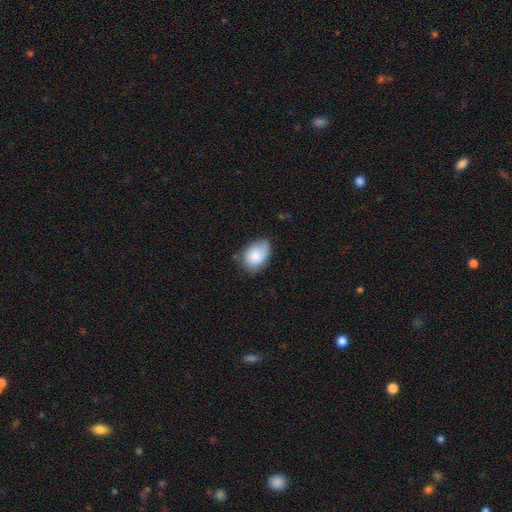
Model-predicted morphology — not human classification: A smooth galaxy with no disk features (80%) that is in between round and cigar-shaped (81%). Merging: none (61%).